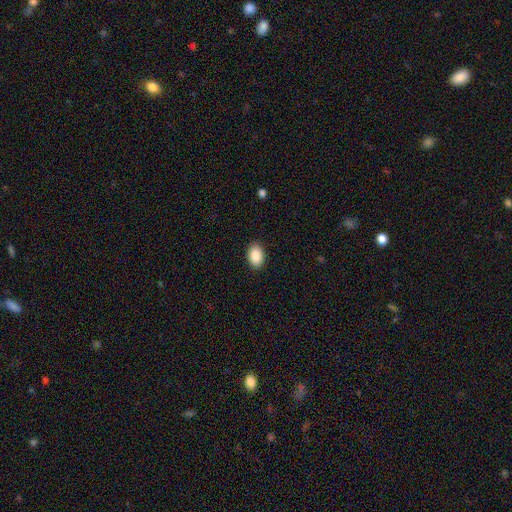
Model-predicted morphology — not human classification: Smooth or featured: smooth — 89% (star or artifact — 7%)
How rounded: in between — 88% (round — 11%)
Merging: none — 89% (minor disturbance — 8%)